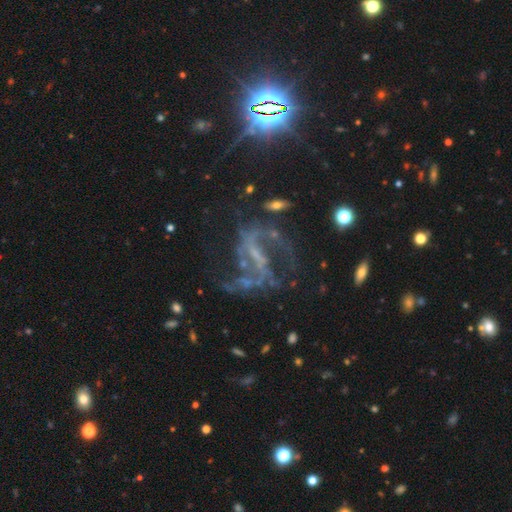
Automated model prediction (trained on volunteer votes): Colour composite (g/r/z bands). It shows a featured or disk galaxy (73%) with a strong bar (51%), 2 (76%) loose (47%) spiral arms (86%) and no central bulge (45%). Merging: none (47%).